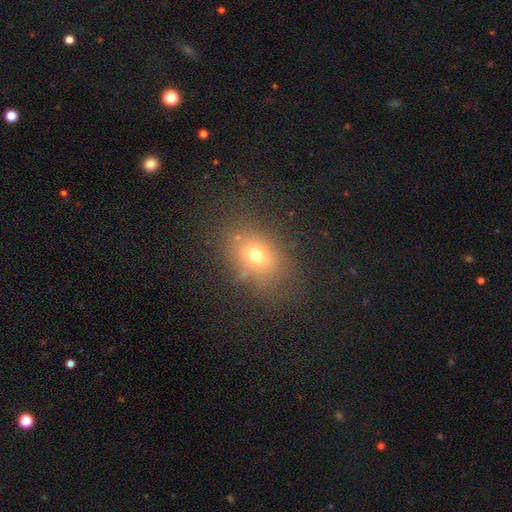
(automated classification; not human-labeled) Smooth or featured?
  - smooth: 69% *
  - star or artifact: 17%
  - featured or disk: 14%
How rounded?
  - in between: 61% *
  - round: 38%
  - cigar-shaped: 1%
Merging?
  - none: 75% *
  - minor disturbance: 14%
  - major disturbance: 8%
  - merger: 2%